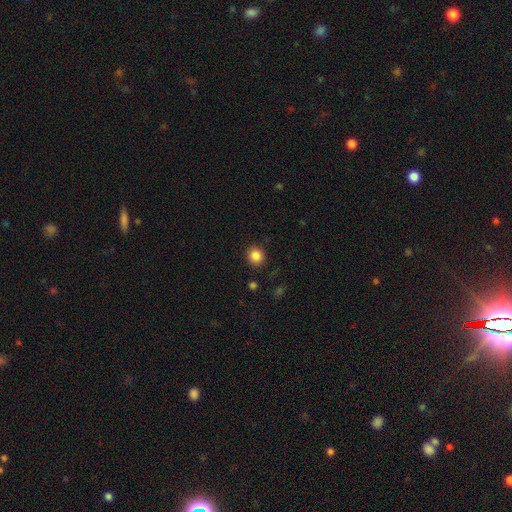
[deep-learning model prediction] Smooth or featured? smooth (86%)
How rounded? round (86%)
Merging? none (89%)